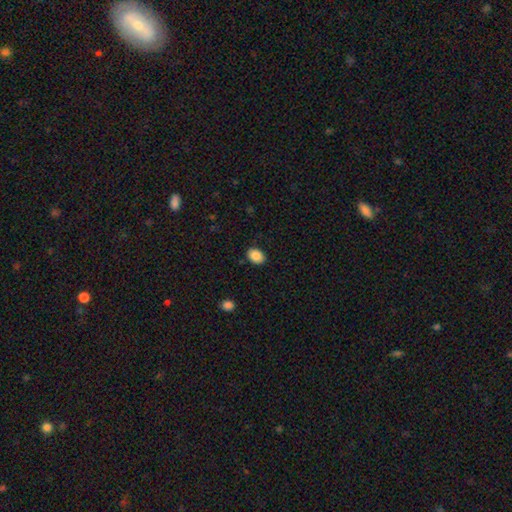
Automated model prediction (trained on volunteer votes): smooth-or-featured: smooth: 88% | star or artifact: 8% | featured or disk: 4%
  how-rounded: in between: 72% | round: 27% | cigar-shaped: 1%
  merging: none: 87% | minor disturbance: 9% | major disturbance: 2% | merger: 1%